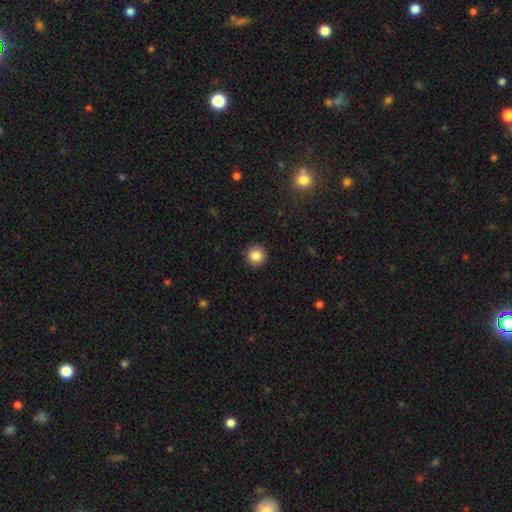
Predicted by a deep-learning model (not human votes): A smooth galaxy with no disk features (85%) that is round (95%). Merging: none (92%).